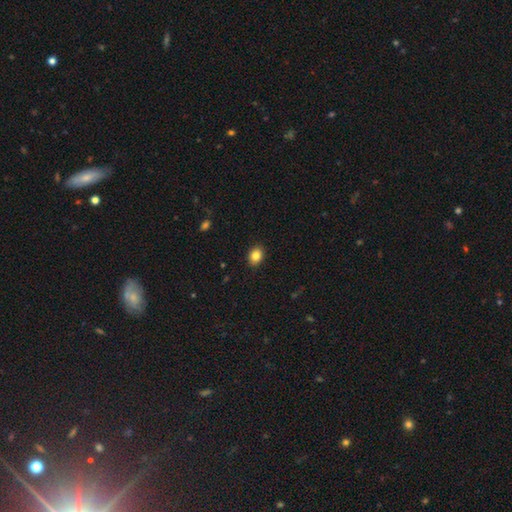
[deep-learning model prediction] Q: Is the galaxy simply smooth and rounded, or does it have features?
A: smooth — 85%.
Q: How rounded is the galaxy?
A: in between — 64%.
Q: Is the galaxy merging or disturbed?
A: none — 90%.